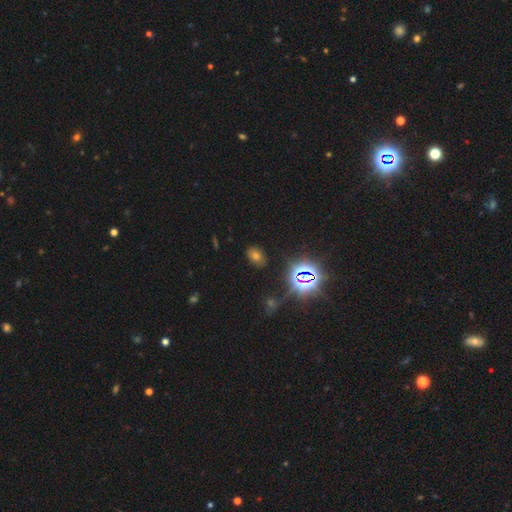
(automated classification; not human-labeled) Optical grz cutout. It shows a star or artifact, not a galaxy (46%).